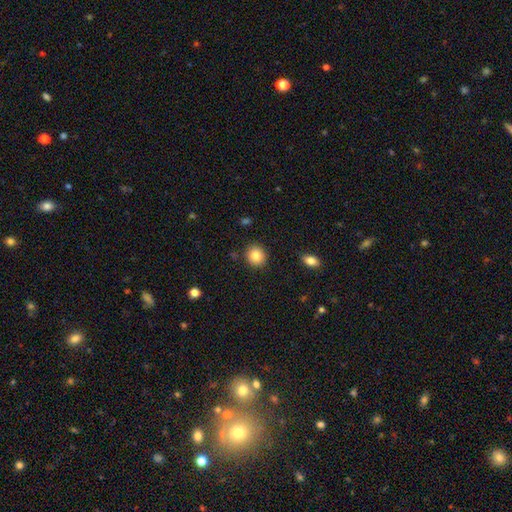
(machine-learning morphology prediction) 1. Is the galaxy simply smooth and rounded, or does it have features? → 84% smooth, 9% star or artifact, 7% featured or disk.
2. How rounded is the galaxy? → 84% round, 15% in between, 1% cigar-shaped.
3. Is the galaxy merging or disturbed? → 89% none, 7% minor disturbance, 2% major disturbance, 2% merger.